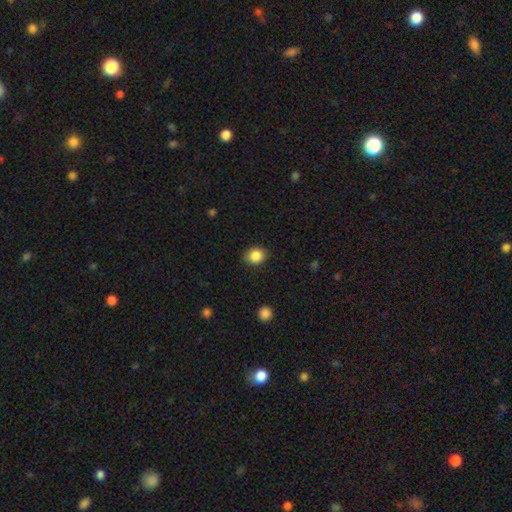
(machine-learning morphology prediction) Smooth or featured: smooth — 86% (star or artifact — 9%)
How rounded: round — 64% (in between — 35%)
Merging: none — 87% (minor disturbance — 9%)